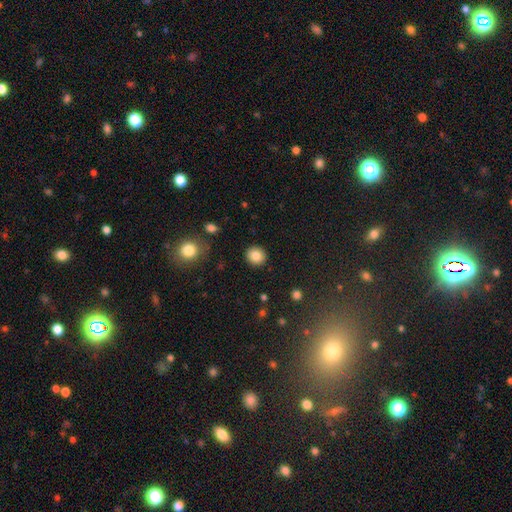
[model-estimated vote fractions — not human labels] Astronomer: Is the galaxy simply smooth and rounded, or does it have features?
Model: smooth — 84%.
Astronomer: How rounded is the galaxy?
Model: round — 86%.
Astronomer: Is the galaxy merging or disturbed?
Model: none — 91%.